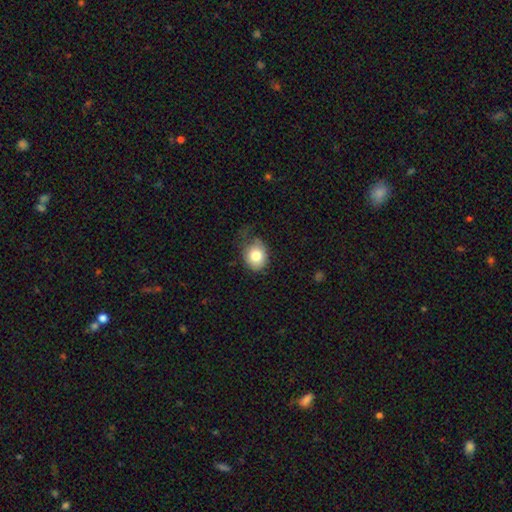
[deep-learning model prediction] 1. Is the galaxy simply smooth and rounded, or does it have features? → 80% smooth, 11% featured or disk, 9% star or artifact.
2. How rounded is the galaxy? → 62% round, 37% in between, 1% cigar-shaped.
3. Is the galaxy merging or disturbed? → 57% none, 30% minor disturbance, 11% major disturbance, 2% merger.